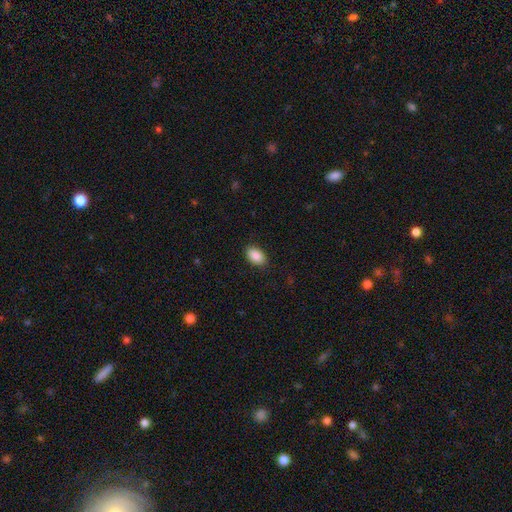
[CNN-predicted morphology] This is clearly a smooth galaxy (90%). How rounded: clearly in between (91%). Merging: clearly none (88%).